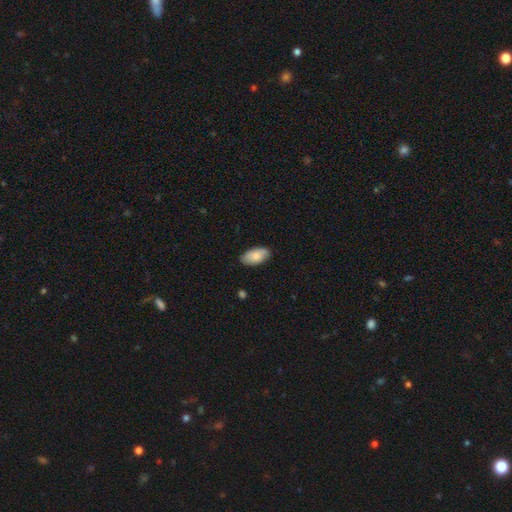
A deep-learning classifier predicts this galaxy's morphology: Q: Smooth or featured?
A: smooth (75%); runner-up: featured or disk (19%)
Q: How rounded?
A: in between (94%); runner-up: round (3%)
Q: Merging?
A: none (81%); runner-up: minor disturbance (16%)